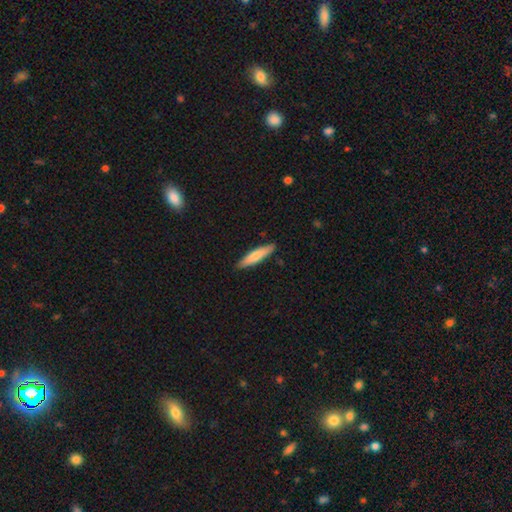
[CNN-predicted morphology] Overall: smooth (73%). How rounded: cigar-shaped (81%). Merging: none (88%).